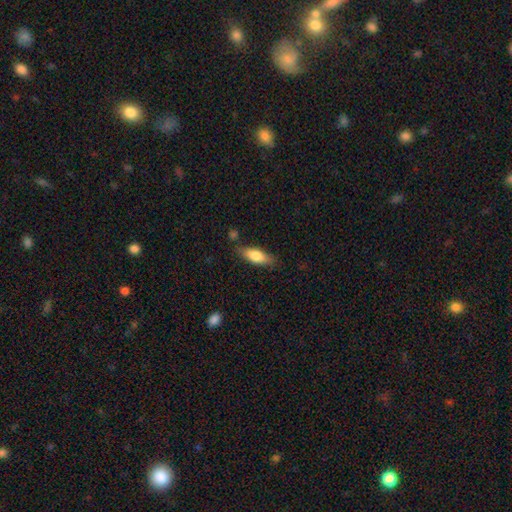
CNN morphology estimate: smooth-or-featured: smooth: 74% | featured or disk: 19% | star or artifact: 6%
  how-rounded: in between: 64% | cigar-shaped: 34% | round: 2%
  merging: none: 75% | minor disturbance: 17% | merger: 5% | major disturbance: 4%